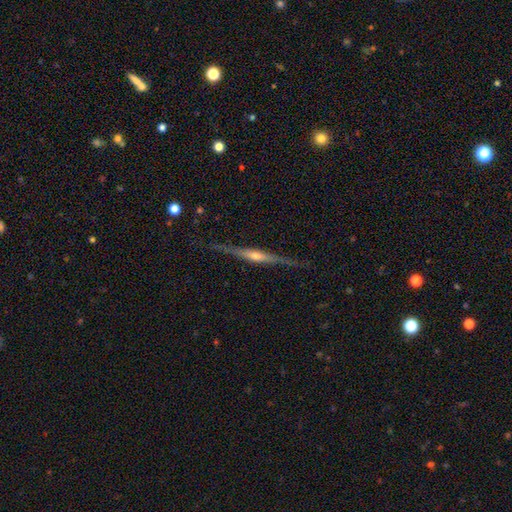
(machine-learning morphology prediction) The model was most divided on "edge-on bulge": rounded: 73%, none: 14%, boxy: 13%. More confident: edge-on disk — yes (97%); merging — none (84%); smooth or featured — featured or disk (79%).